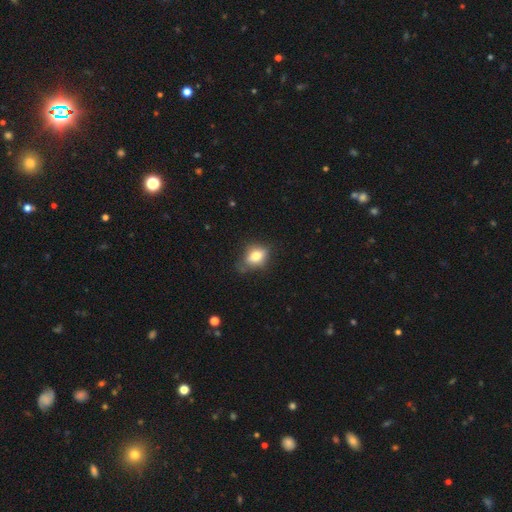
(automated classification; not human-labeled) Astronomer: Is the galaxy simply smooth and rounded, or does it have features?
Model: smooth — 74%.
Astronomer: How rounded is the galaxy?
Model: in between — 69%.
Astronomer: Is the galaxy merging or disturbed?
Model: none — 60%.